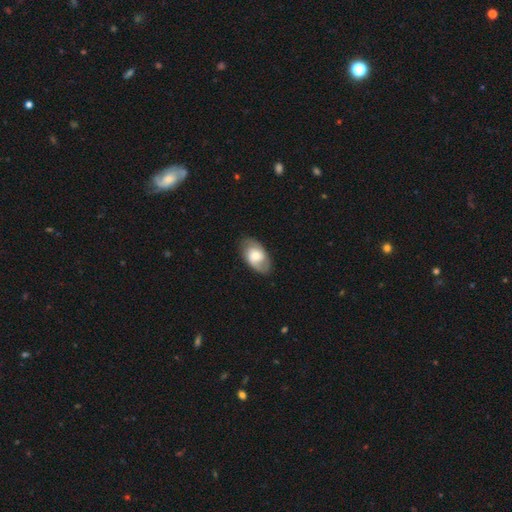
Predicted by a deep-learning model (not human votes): Smooth or featured? featured or disk (52%)
Edge-on disk? no (93%)
Merging? none (81%)